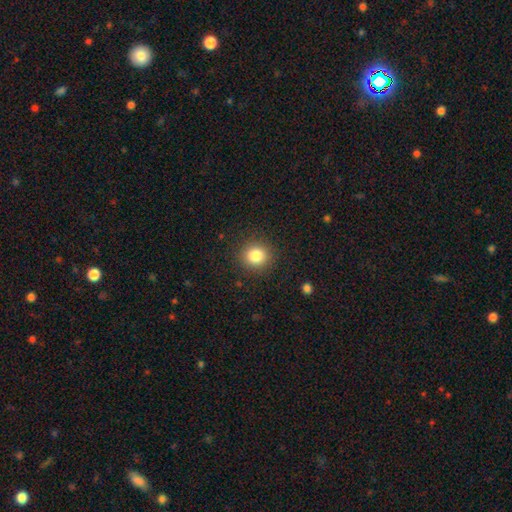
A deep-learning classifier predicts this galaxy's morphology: Smooth or featured: smooth — 84% (star or artifact — 11%)
How rounded: round — 90% (in between — 9%)
Merging: none — 89% (minor disturbance — 7%)